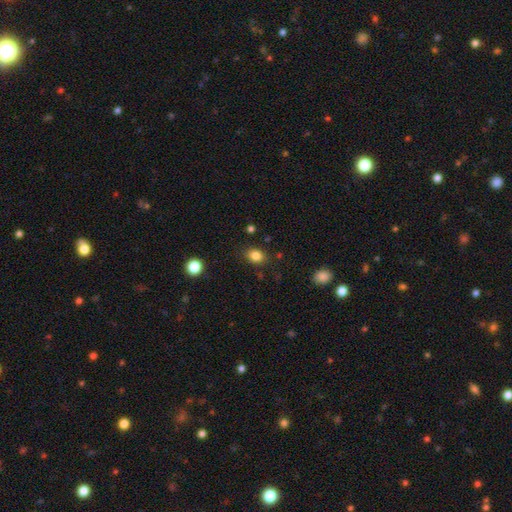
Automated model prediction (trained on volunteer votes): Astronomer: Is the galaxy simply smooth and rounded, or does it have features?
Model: smooth — 83%.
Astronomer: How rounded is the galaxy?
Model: in between — 53% (runner-up: round, 46%).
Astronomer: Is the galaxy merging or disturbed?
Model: none — 83%.